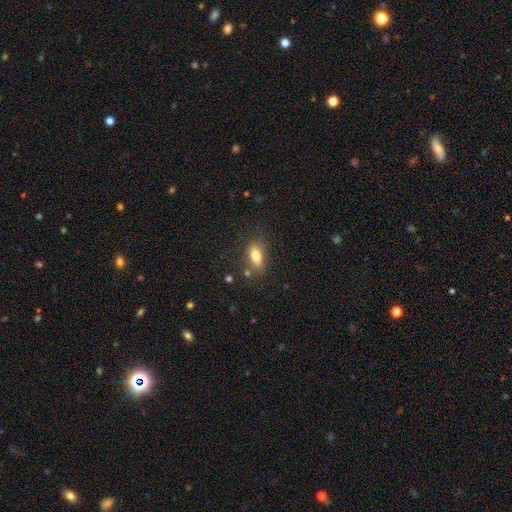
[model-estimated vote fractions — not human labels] Morphology: type=smooth (76%); roundness=in between (84%); merging=none (73%).